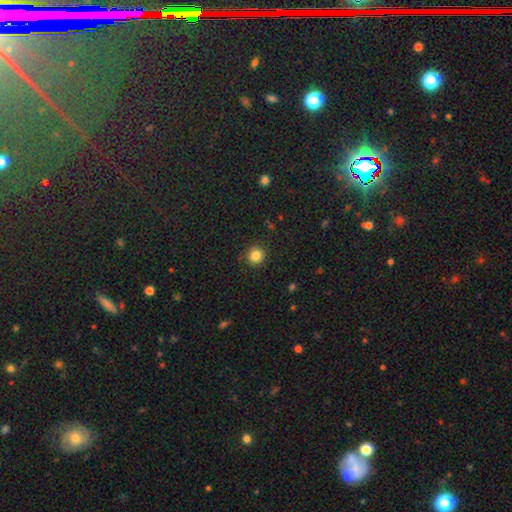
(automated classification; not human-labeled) Morphology: type=smooth (84%); roundness=round (93%); merging=none (89%).